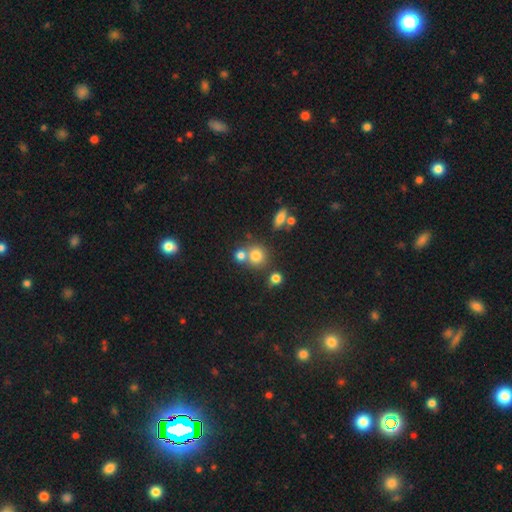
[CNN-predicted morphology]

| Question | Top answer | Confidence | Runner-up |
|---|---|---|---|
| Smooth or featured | smooth | 75% | star or artifact (15%) |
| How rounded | round | 87% | in between (12%) |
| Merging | none | 56% | merger (33%) |